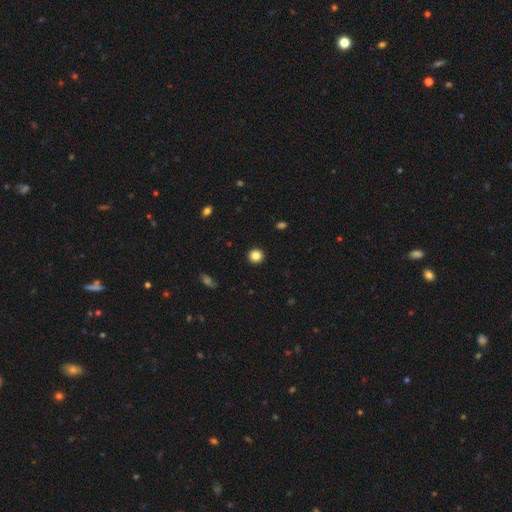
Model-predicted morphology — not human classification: A smooth galaxy with no disk features (85%) that is round (93%). Merging: none (93%).